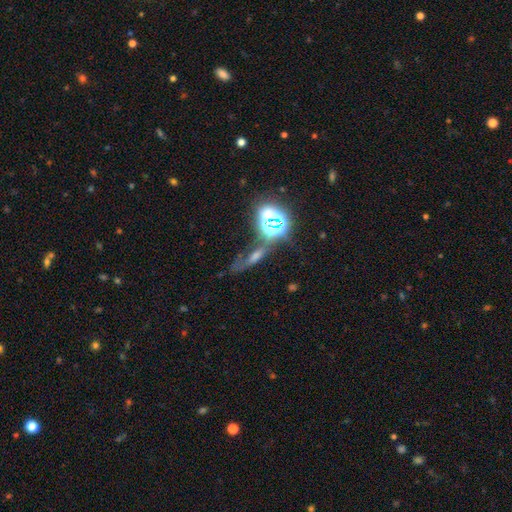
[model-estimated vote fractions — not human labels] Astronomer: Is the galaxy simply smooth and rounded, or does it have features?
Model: star or artifact — 46% (runner-up: smooth, 31%).